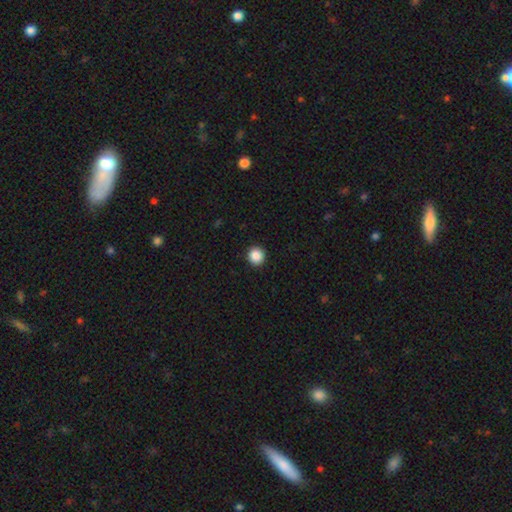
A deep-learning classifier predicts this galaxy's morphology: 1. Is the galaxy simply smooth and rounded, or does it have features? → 88% smooth, 9% star or artifact, 3% featured or disk.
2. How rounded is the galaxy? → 95% round, 4% in between, 1% cigar-shaped.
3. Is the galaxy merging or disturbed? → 93% none, 4% minor disturbance, 1% major disturbance, 1% merger.